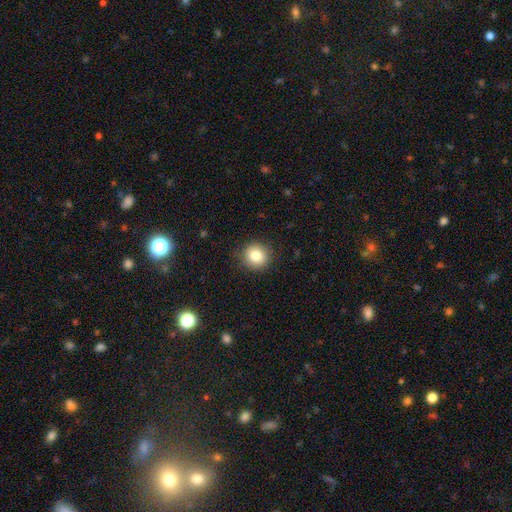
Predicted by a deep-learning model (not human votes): Smooth or featured? Predicted: smooth (p=0.82). How rounded? Predicted: round (p=0.91). Merging? Predicted: none (p=0.88).